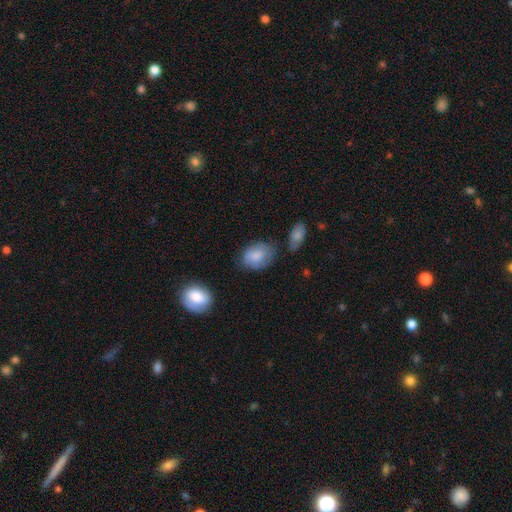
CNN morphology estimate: This appears to be a smooth galaxy with no disk features (82%) that is in between round and cigar-shaped (75%). Merging: none (56%).